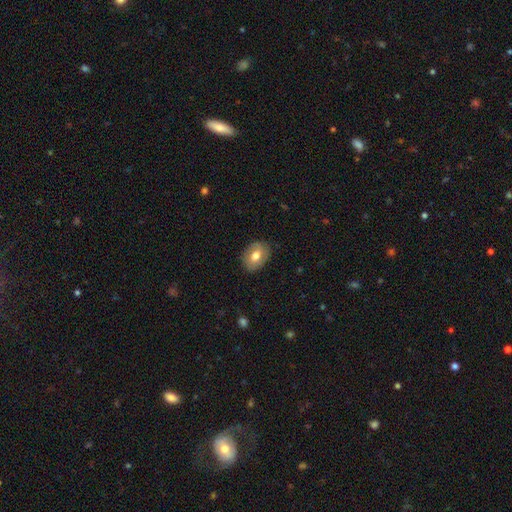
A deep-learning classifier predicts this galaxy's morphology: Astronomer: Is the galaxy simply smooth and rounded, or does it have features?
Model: smooth — 69%.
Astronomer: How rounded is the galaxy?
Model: in between — 71%.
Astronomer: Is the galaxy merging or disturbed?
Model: none — 84%.